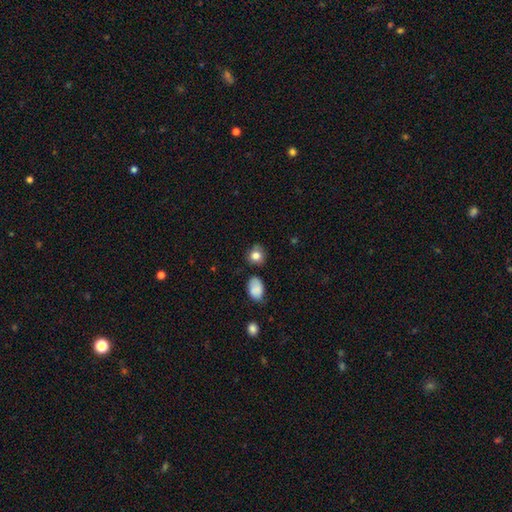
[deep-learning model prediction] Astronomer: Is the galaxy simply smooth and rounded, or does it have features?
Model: smooth — 81%.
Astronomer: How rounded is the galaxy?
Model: round — 71%.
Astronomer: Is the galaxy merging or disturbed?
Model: none — 70%.